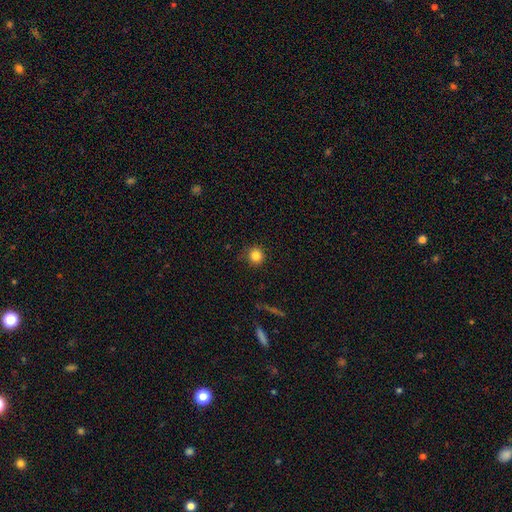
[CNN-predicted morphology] smooth_or_featured: smooth (p=0.83) [alt: star or artifact p=0.12]
how_rounded: round (p=0.94) [alt: in between p=0.05]
merging: none (p=0.86) [alt: minor disturbance p=0.10]